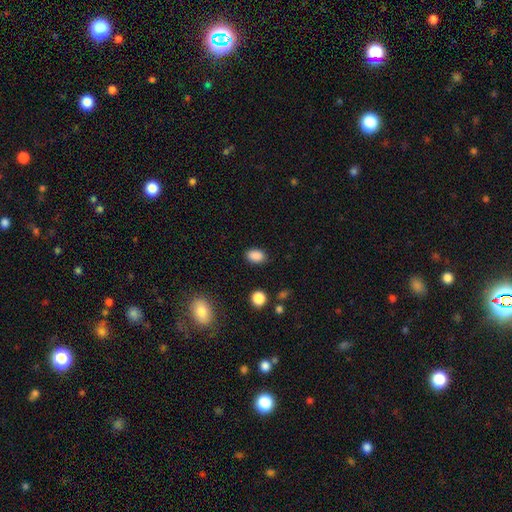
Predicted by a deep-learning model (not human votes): Smooth or featured?
  - smooth: 87% *
  - star or artifact: 10%
  - featured or disk: 3%
How rounded?
  - in between: 83% *
  - round: 15%
  - cigar-shaped: 1%
Merging?
  - none: 86% *
  - minor disturbance: 9%
  - major disturbance: 3%
  - merger: 1%